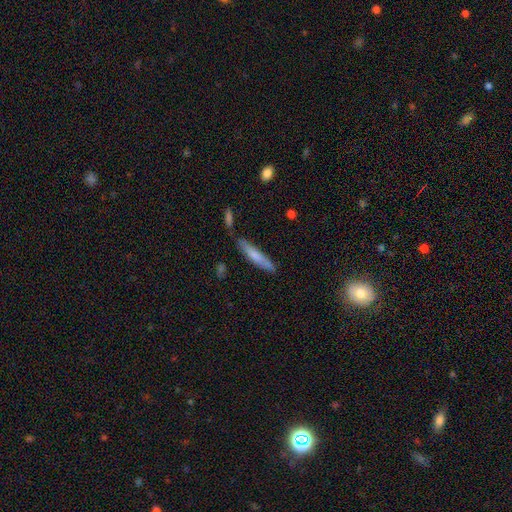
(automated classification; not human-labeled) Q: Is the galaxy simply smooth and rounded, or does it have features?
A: smooth — 68%.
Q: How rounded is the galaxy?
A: cigar-shaped — 89%.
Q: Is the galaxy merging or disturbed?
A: none — 75%.